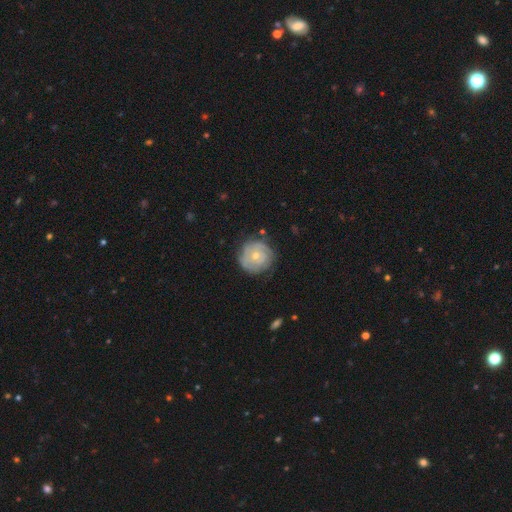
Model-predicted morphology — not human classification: This is likely a featured or disk galaxy (68%). It is clearly not viewed edge-on (98%). Bar: clearly no (81%). Spiral arm pattern: clearly yes (81%). Spiral arm count: possibly can't tell (45%). Spiral winding: likely tight (76%). Central bulge: possibly small (51%). Merging: likely none (74%).